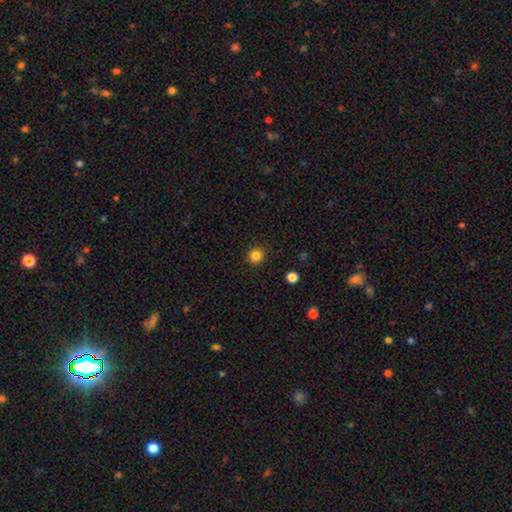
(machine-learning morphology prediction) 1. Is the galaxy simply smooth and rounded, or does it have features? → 84% smooth, 12% star or artifact, 4% featured or disk.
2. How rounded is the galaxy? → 93% round, 7% in between, 1% cigar-shaped.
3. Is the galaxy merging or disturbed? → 92% none, 5% minor disturbance, 2% major disturbance, 1% merger.